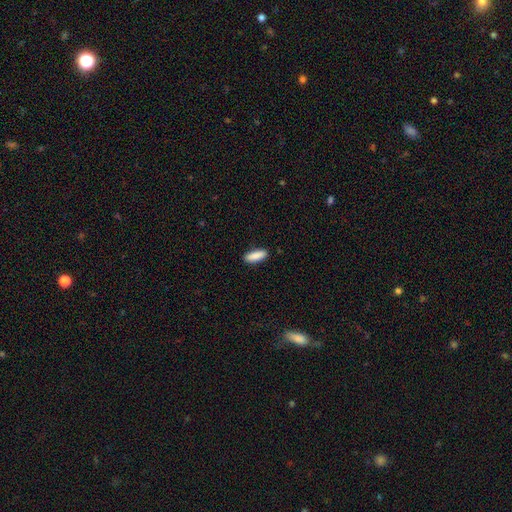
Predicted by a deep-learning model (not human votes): A smooth galaxy with no disk features (89%) that is in between round and cigar-shaped (61%).

Vote fractions:
- Smooth or featured? smooth: 89% / star or artifact: 6% / featured or disk: 5%
- How rounded? in between: 61% / cigar-shaped: 37% / round: 2%
- Merging? none: 88% / minor disturbance: 9% / major disturbance: 2% / merger: 1%